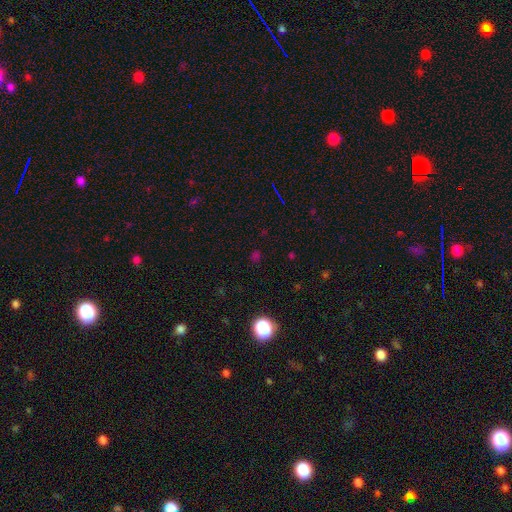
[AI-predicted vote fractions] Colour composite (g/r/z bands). It shows a star or artifact, not a galaxy (51%).